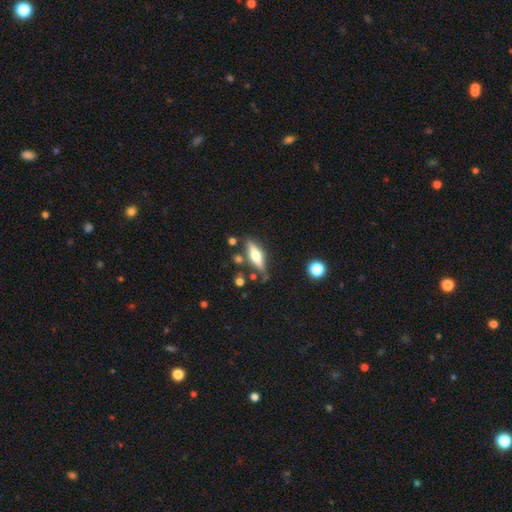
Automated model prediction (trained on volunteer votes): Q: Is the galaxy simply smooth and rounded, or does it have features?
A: featured or disk — 55%.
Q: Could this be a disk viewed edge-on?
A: yes — 92%.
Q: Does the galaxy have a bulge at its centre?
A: rounded — 91%.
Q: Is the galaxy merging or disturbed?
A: none — 76%.